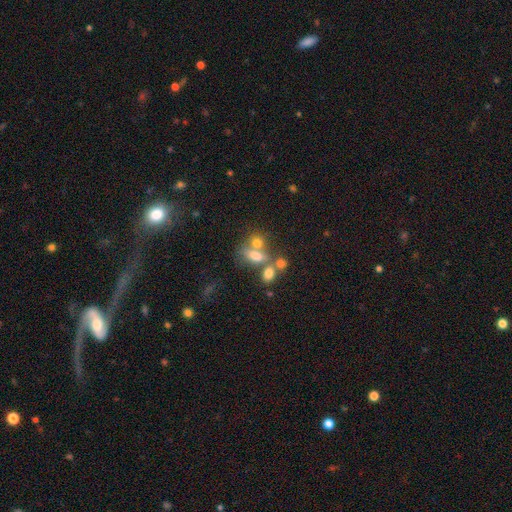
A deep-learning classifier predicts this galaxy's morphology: Smooth or featured? Predicted: smooth (p=0.64). How rounded? Predicted: in between (p=0.70). Merging? Predicted: merger (p=0.47).